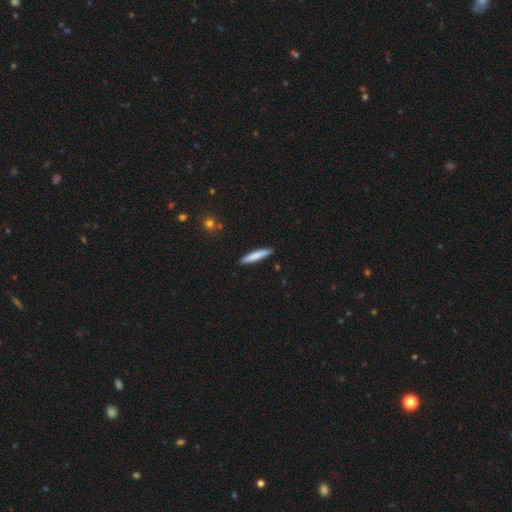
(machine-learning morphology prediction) A smooth galaxy with no disk features (78%) that is cigar-shaped (93%). Merging: none (89%).